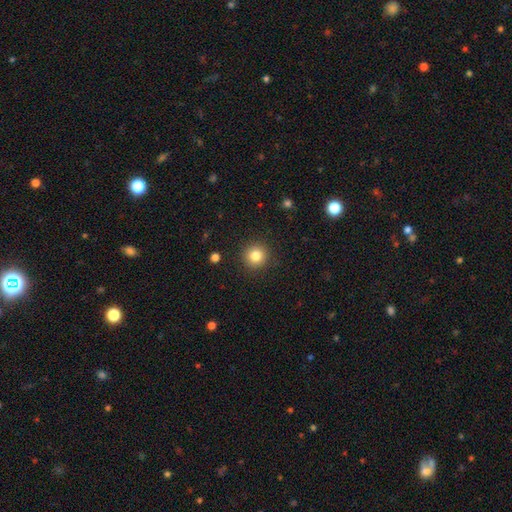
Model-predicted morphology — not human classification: type=smooth (82%); roundness=round (95%); merging=none (92%).